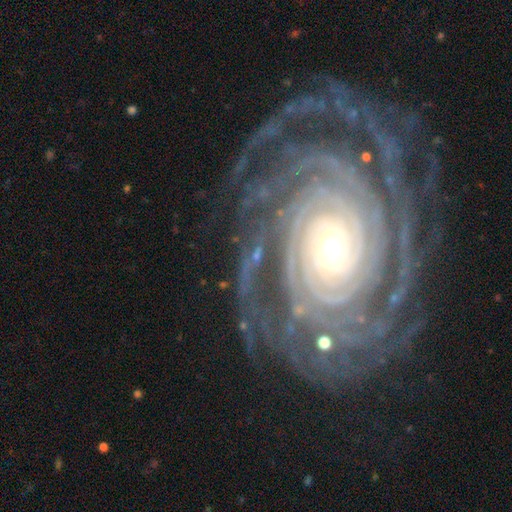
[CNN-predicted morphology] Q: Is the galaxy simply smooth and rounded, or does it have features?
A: featured or disk — 93%.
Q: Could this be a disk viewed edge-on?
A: no — 97%.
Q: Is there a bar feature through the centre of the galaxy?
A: no — 42%.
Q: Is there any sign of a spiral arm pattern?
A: yes — 99%.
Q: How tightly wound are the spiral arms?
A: tight — 87%.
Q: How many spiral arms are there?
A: more than 4 — 28%.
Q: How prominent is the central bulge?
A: moderate — 51%.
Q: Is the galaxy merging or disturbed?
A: none — 76%.